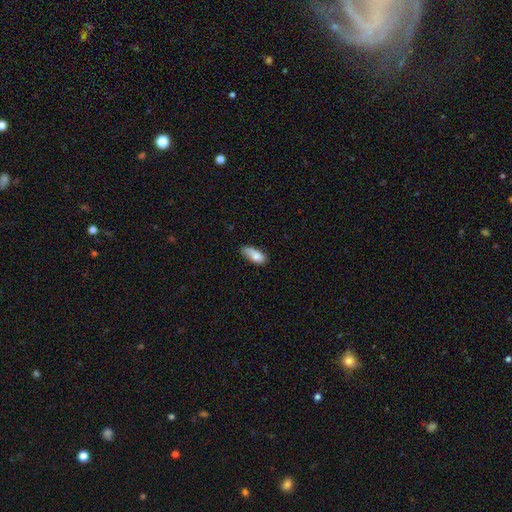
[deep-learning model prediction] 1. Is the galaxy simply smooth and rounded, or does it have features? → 81% smooth, 12% featured or disk, 7% star or artifact.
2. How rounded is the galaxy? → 85% in between, 13% cigar-shaped, 3% round.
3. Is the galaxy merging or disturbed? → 55% none, 35% minor disturbance, 8% major disturbance, 3% merger.